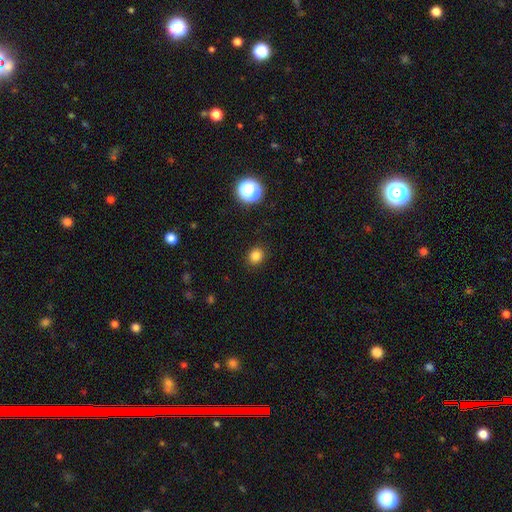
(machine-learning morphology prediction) smooth-or-featured: smooth: 83% | star or artifact: 13% | featured or disk: 4%
  how-rounded: round: 73% | in between: 26% | cigar-shaped: 1%
  merging: none: 89% | minor disturbance: 8% | major disturbance: 2% | merger: 1%